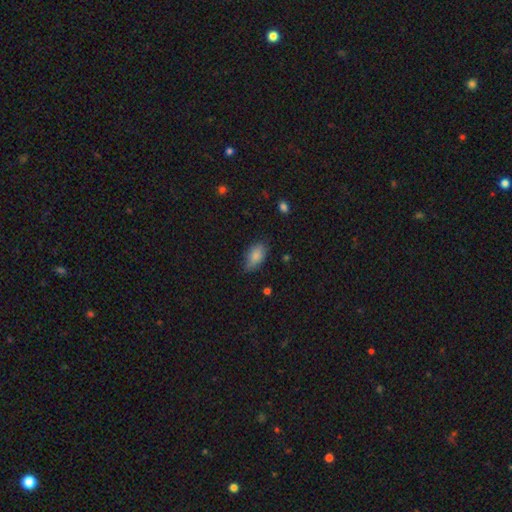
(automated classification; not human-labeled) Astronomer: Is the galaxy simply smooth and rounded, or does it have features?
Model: smooth — 84%.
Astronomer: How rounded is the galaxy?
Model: in between — 91%.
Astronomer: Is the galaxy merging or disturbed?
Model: none — 72%.